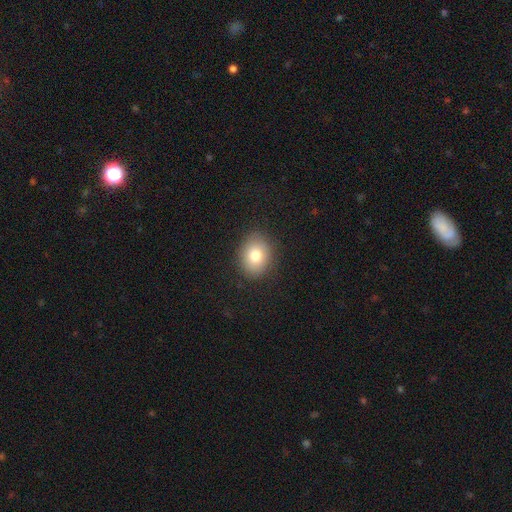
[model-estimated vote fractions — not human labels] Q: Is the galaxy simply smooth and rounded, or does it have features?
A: smooth — 79%.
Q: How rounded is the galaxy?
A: in between — 50%.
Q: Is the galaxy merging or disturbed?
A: none — 87%.